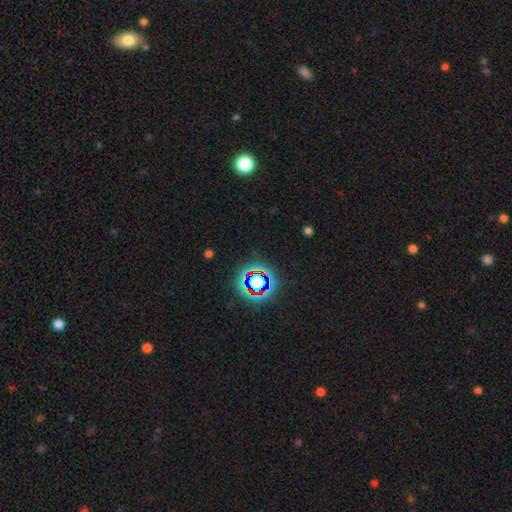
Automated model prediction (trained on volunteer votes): This appears to be a star or artifact, not a galaxy (74%).